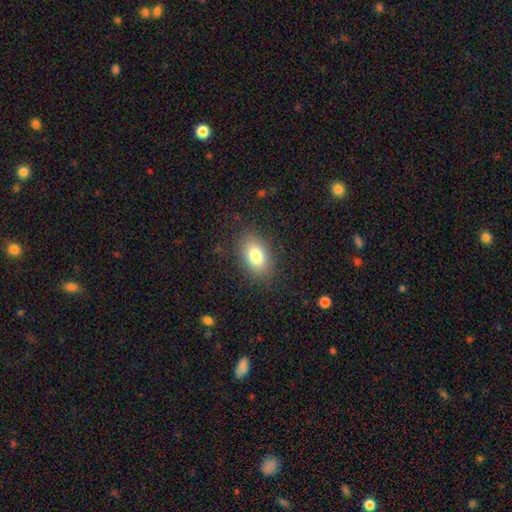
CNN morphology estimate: Overall: smooth (80%). How rounded: in between (88%). Merging: none (85%).